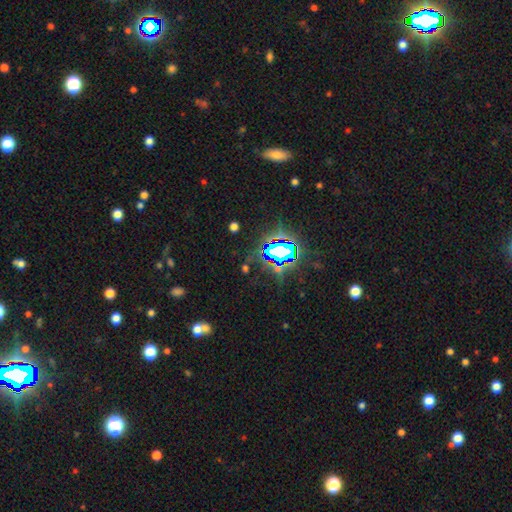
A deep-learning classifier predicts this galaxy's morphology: Smooth or featured? star or artifact (80%)